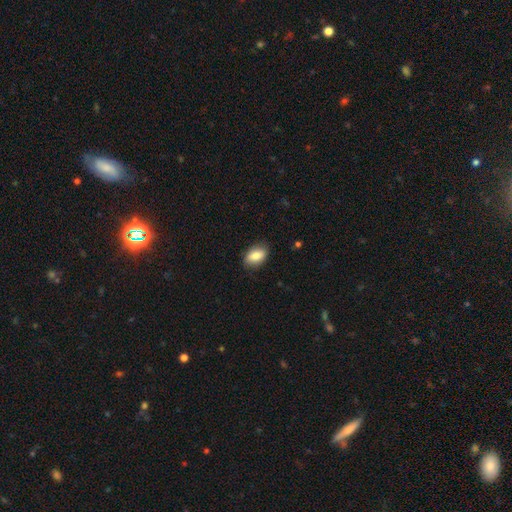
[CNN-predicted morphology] Smooth or featured? smooth (83%)
How rounded? in between (89%)
Merging? none (83%)